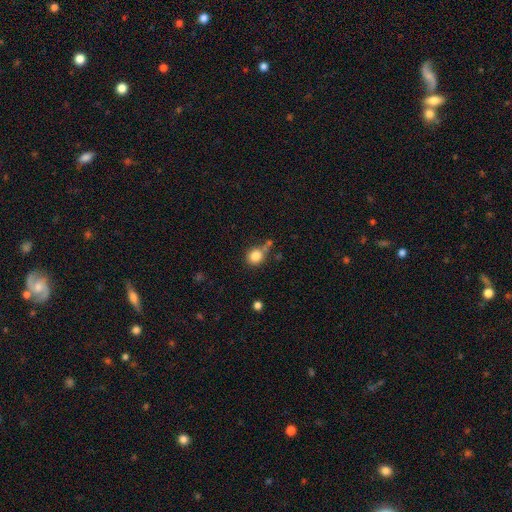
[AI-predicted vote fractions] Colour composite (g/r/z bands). It shows a smooth galaxy with no disk features (85%) that is round (80%). Merging: none (63%).